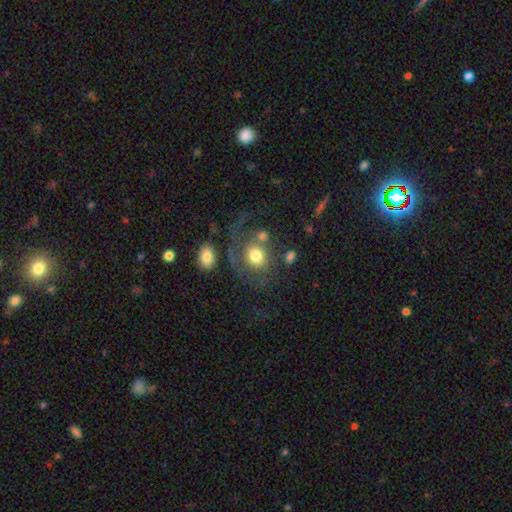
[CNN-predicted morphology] This is possibly a smooth galaxy (51%). How rounded: likely round (63%). Merging: marginally none (38%).